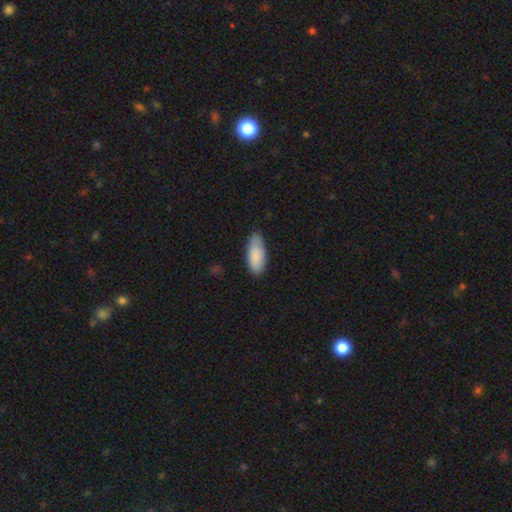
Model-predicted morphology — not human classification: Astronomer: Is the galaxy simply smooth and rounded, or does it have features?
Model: smooth — 88%.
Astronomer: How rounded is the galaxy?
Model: in between — 84%.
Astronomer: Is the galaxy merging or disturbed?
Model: none — 71%.